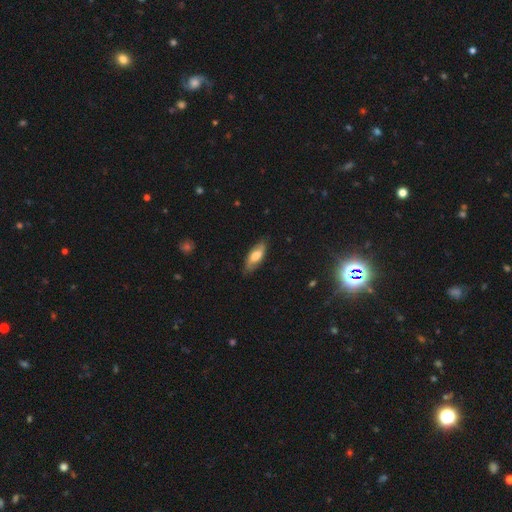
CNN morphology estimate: smooth-or-featured: smooth: 54% | featured or disk: 40% | star or artifact: 7%
  how-rounded: in between: 72% | cigar-shaped: 25% | round: 3%
  merging: none: 79% | minor disturbance: 17% | major disturbance: 4% | merger: 1%